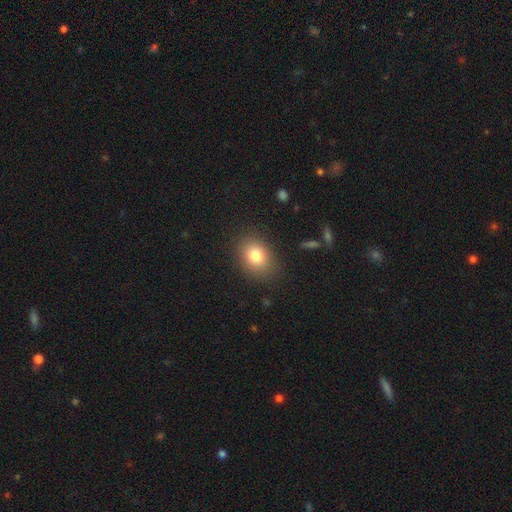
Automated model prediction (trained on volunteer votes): smooth-or-featured: smooth: 81% | star or artifact: 10% | featured or disk: 9%
  how-rounded: in between: 59% | round: 40% | cigar-shaped: 1%
  merging: none: 84% | minor disturbance: 11% | major disturbance: 4% | merger: 1%